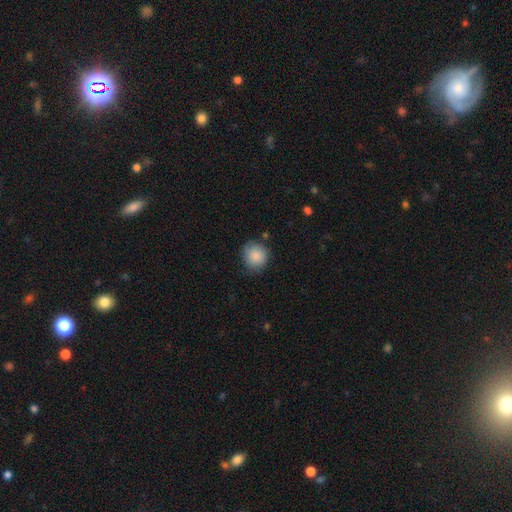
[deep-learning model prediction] Q: Smooth or featured?
A: smooth (87%); runner-up: star or artifact (7%)
Q: How rounded?
A: round (86%); runner-up: in between (13%)
Q: Merging?
A: none (74%); runner-up: minor disturbance (20%)